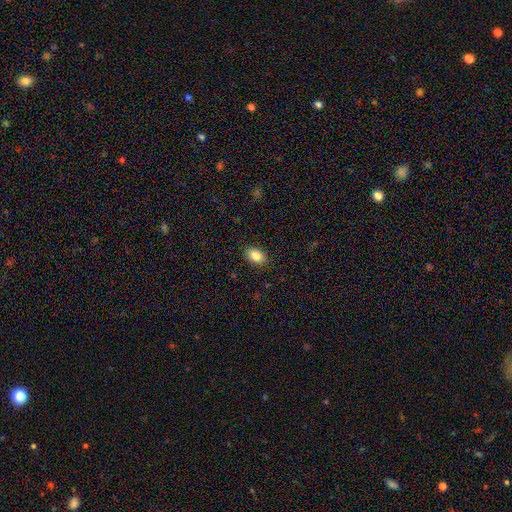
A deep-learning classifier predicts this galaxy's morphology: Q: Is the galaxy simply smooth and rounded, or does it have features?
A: smooth — 86%.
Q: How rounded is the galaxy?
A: in between — 86%.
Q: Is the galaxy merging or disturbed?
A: none — 89%.